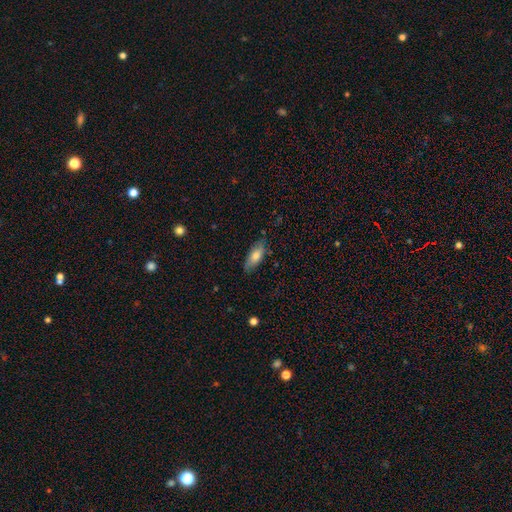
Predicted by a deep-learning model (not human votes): Q: Smooth or featured?
A: smooth (73%); runner-up: featured or disk (21%)
Q: How rounded?
A: in between (73%); runner-up: cigar-shaped (25%)
Q: Merging?
A: none (80%); runner-up: minor disturbance (16%)